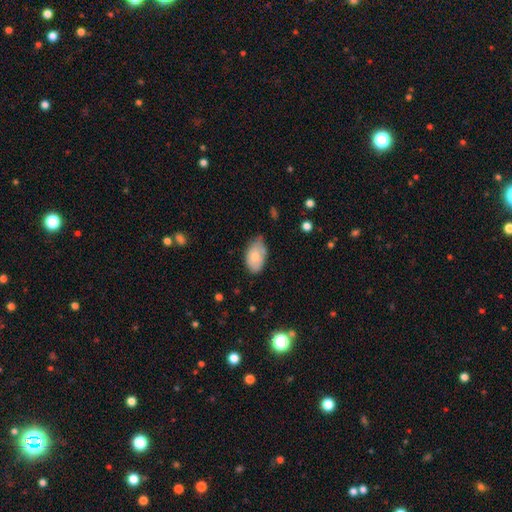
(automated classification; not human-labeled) A smooth galaxy with no disk features (77%) that is in between round and cigar-shaped (93%).

Vote fractions:
- Smooth or featured? smooth: 77% / featured or disk: 17% / star or artifact: 7%
- How rounded? in between: 93% / round: 6% / cigar-shaped: 2%
- Merging? none: 54% / minor disturbance: 36% / major disturbance: 7% / merger: 2%